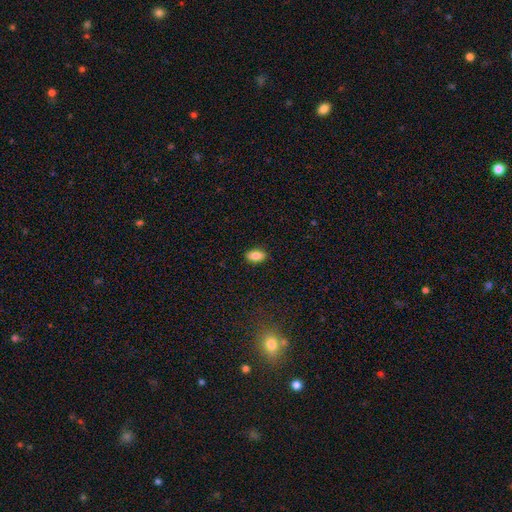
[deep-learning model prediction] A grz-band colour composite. It shows a smooth galaxy with no disk features (79%) that is in between round and cigar-shaped (87%). Merging: none (88%).